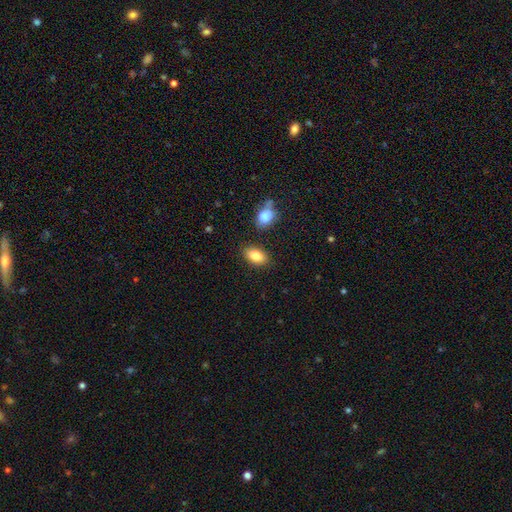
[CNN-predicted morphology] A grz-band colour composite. It shows a smooth galaxy with no disk features (84%) that is in between round and cigar-shaped (89%). Merging: none (84%).